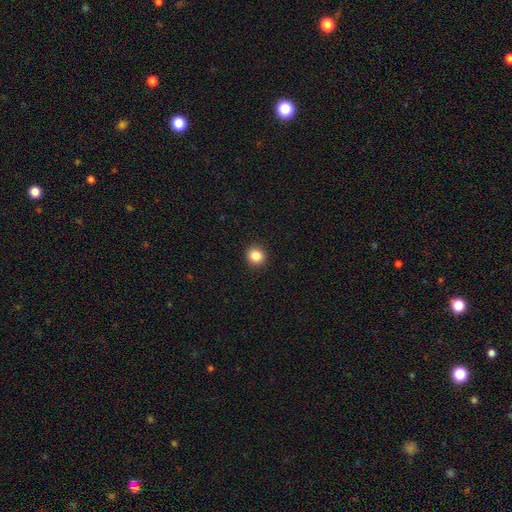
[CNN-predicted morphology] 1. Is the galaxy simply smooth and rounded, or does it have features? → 86% smooth, 10% star or artifact, 4% featured or disk.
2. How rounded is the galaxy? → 89% round, 10% in between, 1% cigar-shaped.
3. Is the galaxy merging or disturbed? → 93% none, 5% minor disturbance, 2% major disturbance, 1% merger.